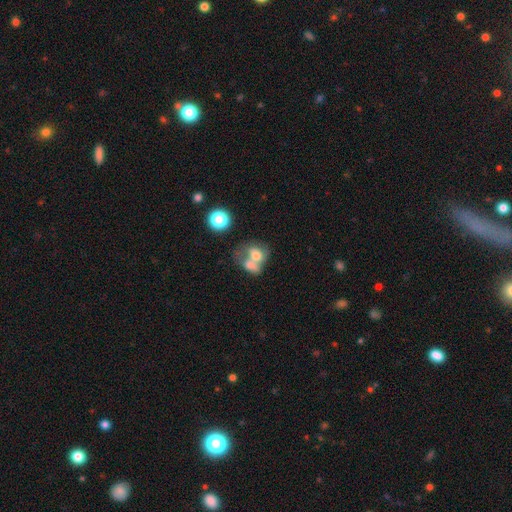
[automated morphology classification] Smooth or featured: smooth — 59% (featured or disk — 29%)
How rounded: in between — 63% (round — 35%)
Merging: merger — 65% (none — 15%)